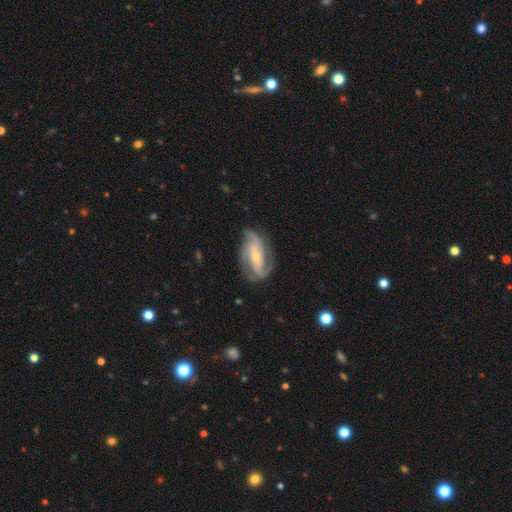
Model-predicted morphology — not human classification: Smooth or featured? featured or disk (88%)
Edge-on disk? no (96%)
Bar? no (40%)
Spiral arms? yes (97%)
Spiral winding? medium (47%)
Spiral arm count? 2 (41%)
Bulge size? small (64%)
Merging? none (72%)